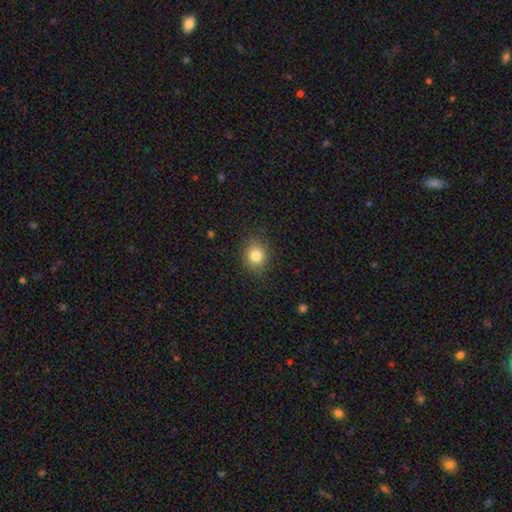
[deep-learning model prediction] Smooth or featured: smooth — 82% (star or artifact — 11%)
How rounded: round — 76% (in between — 23%)
Merging: none — 86% (minor disturbance — 10%)